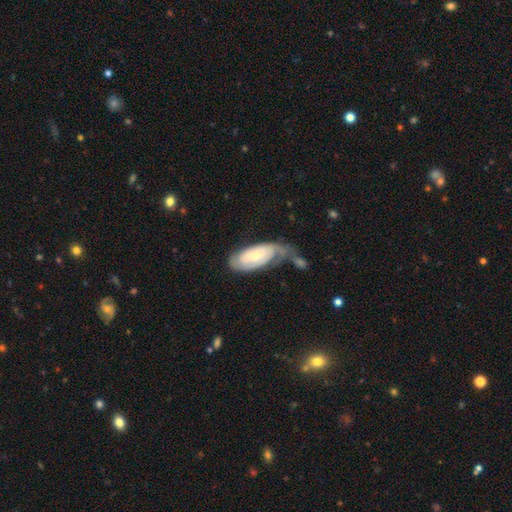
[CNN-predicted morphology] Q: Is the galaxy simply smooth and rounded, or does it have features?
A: featured or disk — 66%.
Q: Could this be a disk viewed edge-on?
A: no — 93%.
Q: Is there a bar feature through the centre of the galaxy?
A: no — 71%.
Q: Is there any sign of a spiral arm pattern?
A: yes — 89%.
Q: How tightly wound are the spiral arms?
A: tight — 63%.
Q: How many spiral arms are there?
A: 2 — 49%.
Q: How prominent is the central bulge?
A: small — 64%.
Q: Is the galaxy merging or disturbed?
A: none — 34%.